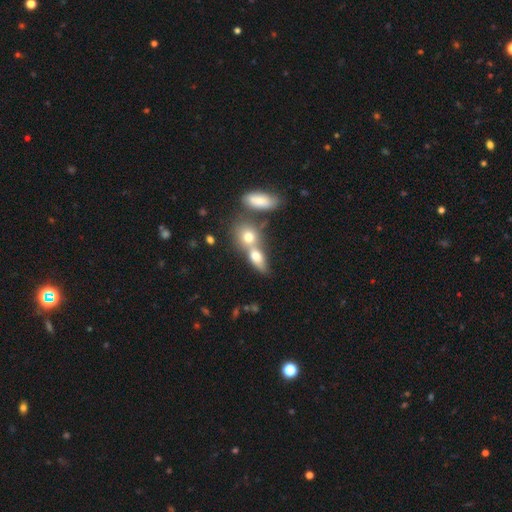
This appears to be a smooth galaxy with no disk features (54%) that is in between round and cigar-shaped (50%). Merging: merger (64%).